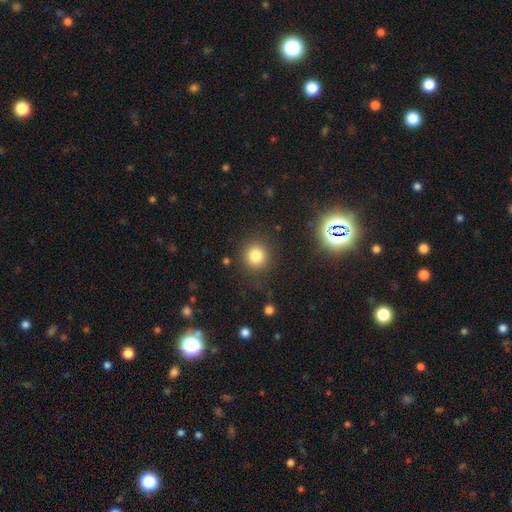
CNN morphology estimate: Smooth or featured?
  - smooth: 81% *
  - star or artifact: 13%
  - featured or disk: 6%
How rounded?
  - round: 90% *
  - in between: 9%
  - cigar-shaped: 1%
Merging?
  - none: 85% *
  - minor disturbance: 9%
  - major disturbance: 4%
  - merger: 2%